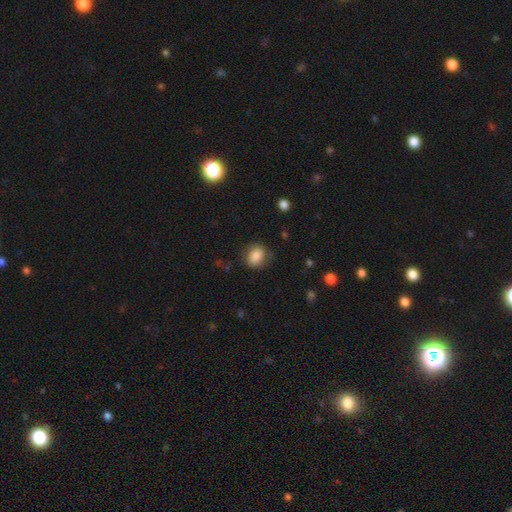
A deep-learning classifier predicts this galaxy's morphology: This appears to be a smooth galaxy with no disk features (84%) that is in between round and cigar-shaped (51%). Merging: none (73%).